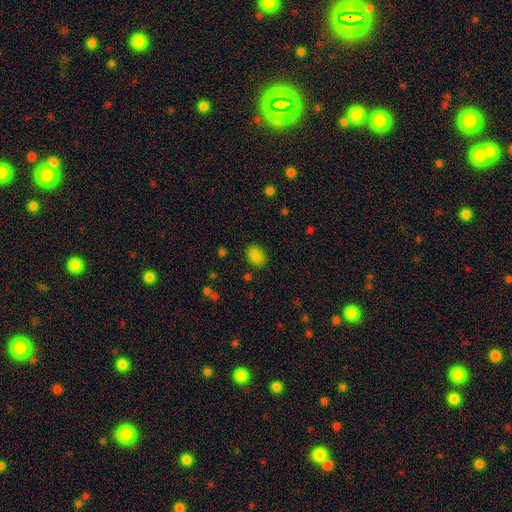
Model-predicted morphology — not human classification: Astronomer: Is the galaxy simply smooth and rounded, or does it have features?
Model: smooth — 84%.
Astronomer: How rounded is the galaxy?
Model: in between — 65%.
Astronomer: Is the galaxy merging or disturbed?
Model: none — 84%.